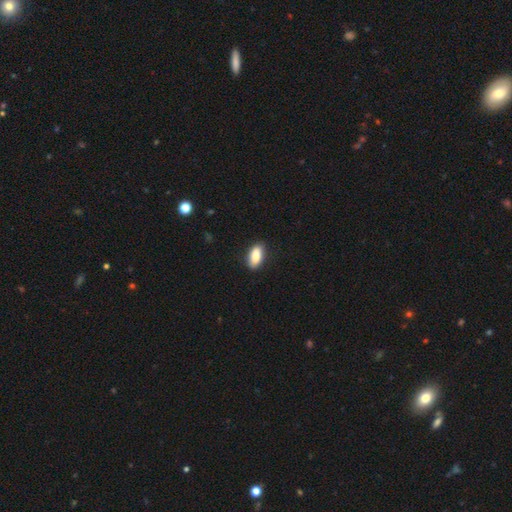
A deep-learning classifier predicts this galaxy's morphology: Smooth or featured: smooth — 86% (featured or disk — 8%)
How rounded: in between — 90% (cigar-shaped — 7%)
Merging: none — 85% (minor disturbance — 11%)